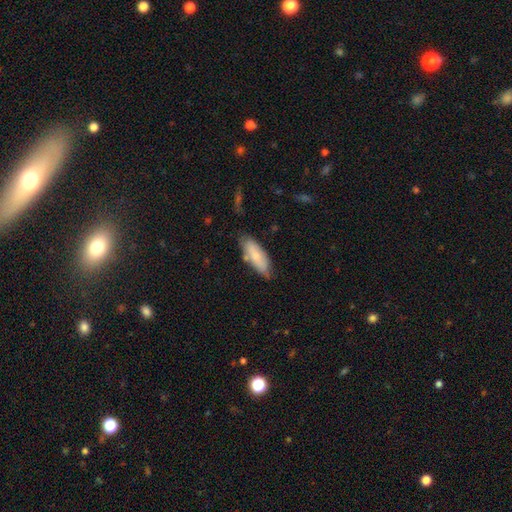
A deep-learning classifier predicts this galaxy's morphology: Smooth or featured? Predicted: smooth (p=0.71). How rounded? Predicted: in between (p=0.68). Merging? Predicted: none (p=0.70).